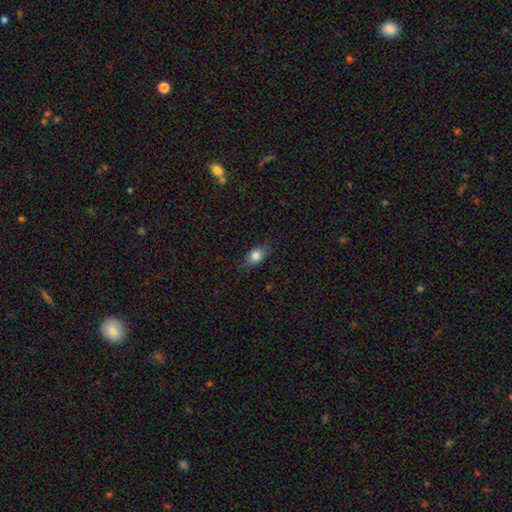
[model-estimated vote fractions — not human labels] Overall: smooth (80%). How rounded: in between (79%). Merging: none (80%).